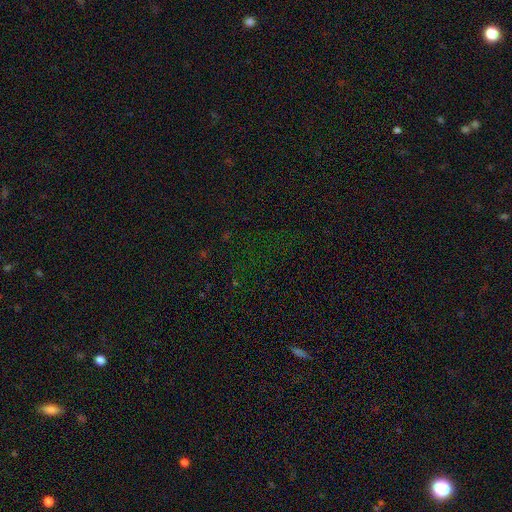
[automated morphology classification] Q: Smooth or featured?
A: star or artifact (75%); runner-up: smooth (15%)